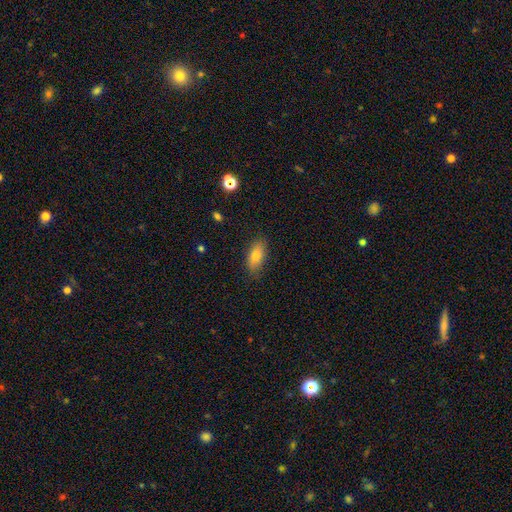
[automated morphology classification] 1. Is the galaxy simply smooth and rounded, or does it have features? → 78% smooth, 14% featured or disk, 8% star or artifact.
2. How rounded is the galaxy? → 83% in between, 14% cigar-shaped, 3% round.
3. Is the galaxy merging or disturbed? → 83% none, 13% minor disturbance, 3% major disturbance, 1% merger.